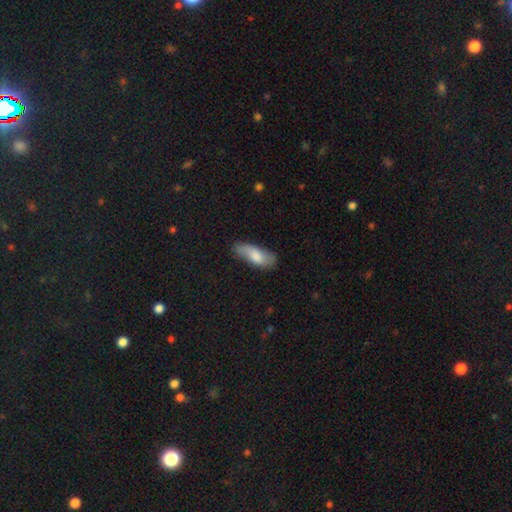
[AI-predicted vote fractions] This appears to be a smooth galaxy with no disk features (76%) that is in between round and cigar-shaped (69%). Merging: none (66%).